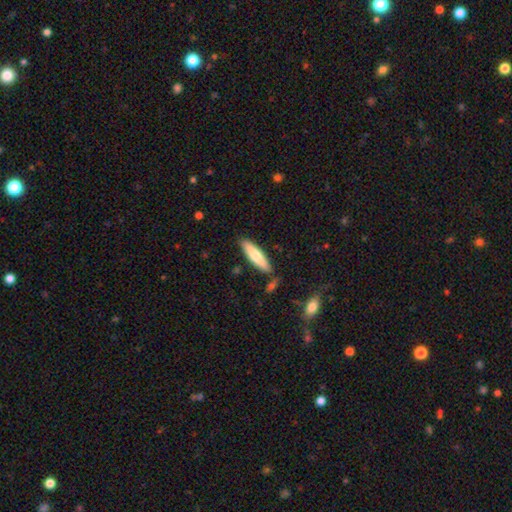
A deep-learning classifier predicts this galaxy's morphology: This is likely a smooth galaxy (70%). How rounded: likely cigar-shaped (71%). Merging: clearly none (84%).